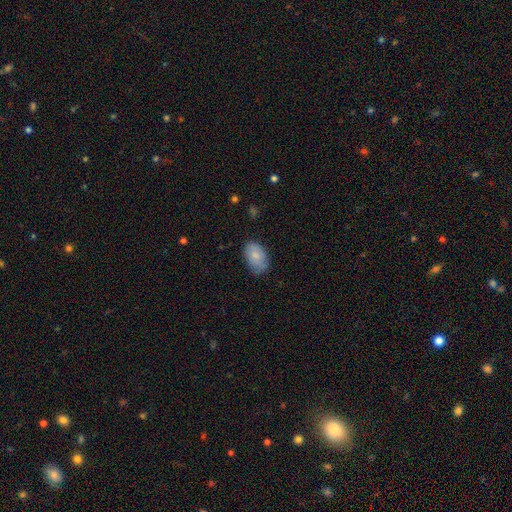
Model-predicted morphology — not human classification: smooth_or_featured: smooth (p=0.80) [alt: featured or disk p=0.14]
how_rounded: in between (p=0.91) [alt: round p=0.07]
merging: none (p=0.69) [alt: minor disturbance p=0.25]